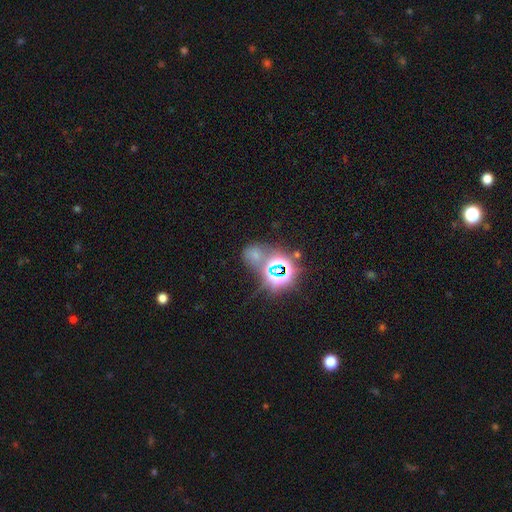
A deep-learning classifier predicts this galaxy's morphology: Smooth or featured? star or artifact (57%)